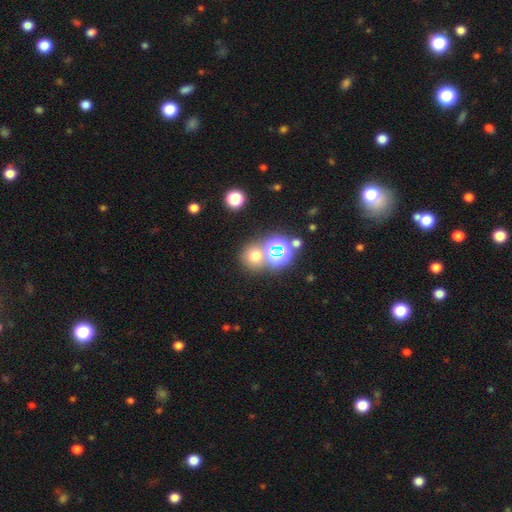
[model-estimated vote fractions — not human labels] smooth-or-featured: smooth: 61% | star or artifact: 30% | featured or disk: 9%
  how-rounded: round: 87% | in between: 12% | cigar-shaped: 1%
  merging: none: 67% | merger: 21% | minor disturbance: 8% | major disturbance: 4%